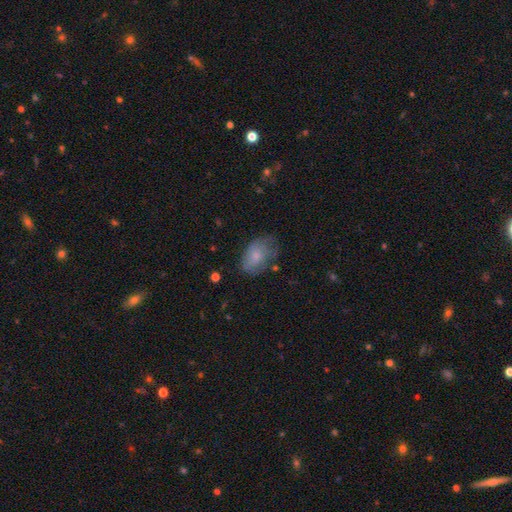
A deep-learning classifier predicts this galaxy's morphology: The model was most divided on "merging": none: 54%, minor disturbance: 30%, major disturbance: 13%, merger: 2%. More confident: how rounded — in between (89%); smooth or featured — smooth (70%).